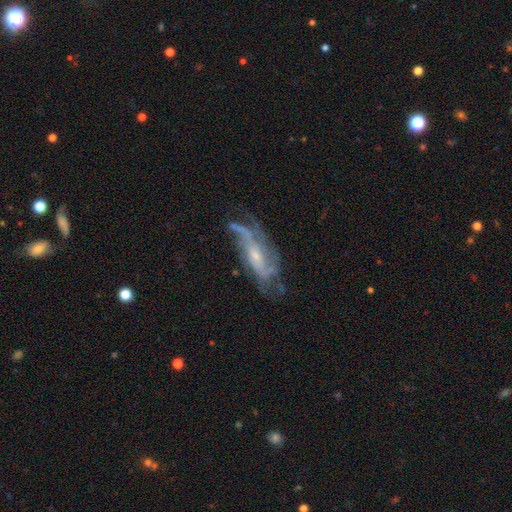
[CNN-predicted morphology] The model was most divided on "spiral arm count": can't tell: 30%, 2: 29%, 3: 20%, 4: 10%, 1: 6%, more than 4: 5%. Remaining: spiral arms — yes (90%); edge-on disk — no (83%); smooth or featured — featured or disk (79%); merging — none (58%); bulge size — small (54%); bar — no (53%); spiral winding — medium (41%).